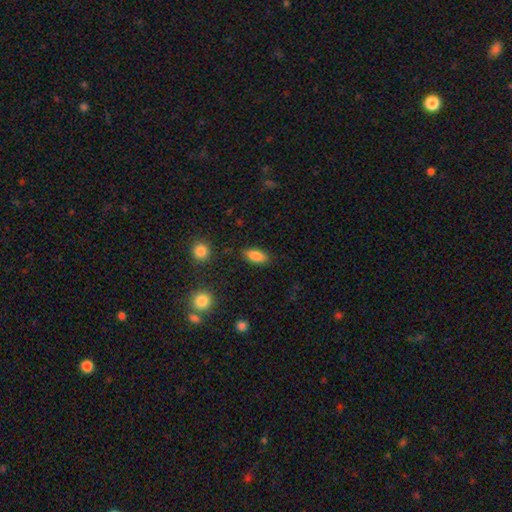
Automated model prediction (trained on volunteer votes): smooth_or_featured: smooth (p=0.85) [alt: star or artifact p=0.08]
how_rounded: in between (p=0.88) [alt: cigar-shaped p=0.08]
merging: none (p=0.85) [alt: minor disturbance p=0.11]